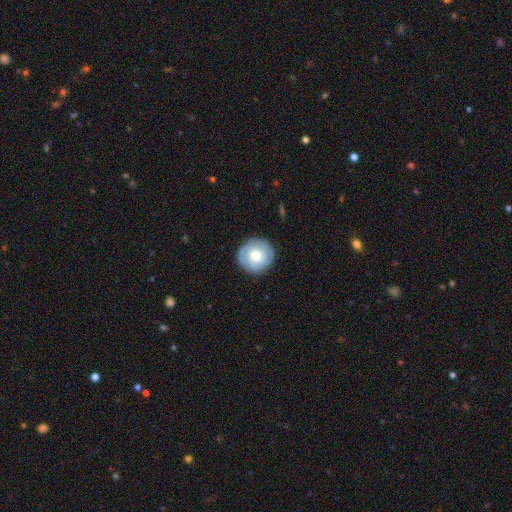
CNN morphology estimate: Smooth or featured: smooth — 62% (featured or disk — 30%)
How rounded: round — 95% (in between — 4%)
Merging: none — 87% (minor disturbance — 9%)